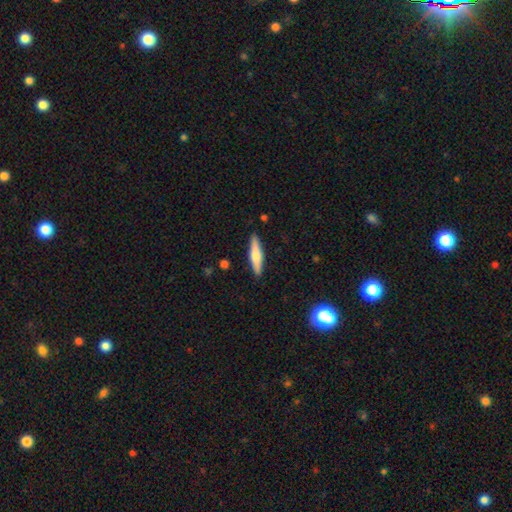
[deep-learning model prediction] A smooth galaxy with no disk features (53%) that is cigar-shaped (79%).

Vote fractions:
- Smooth or featured? smooth: 53% / featured or disk: 41% / star or artifact: 6%
- How rounded? cigar-shaped: 79% / in between: 20% / round: 2%
- Merging? none: 89% / minor disturbance: 8% / major disturbance: 2% / merger: 1%